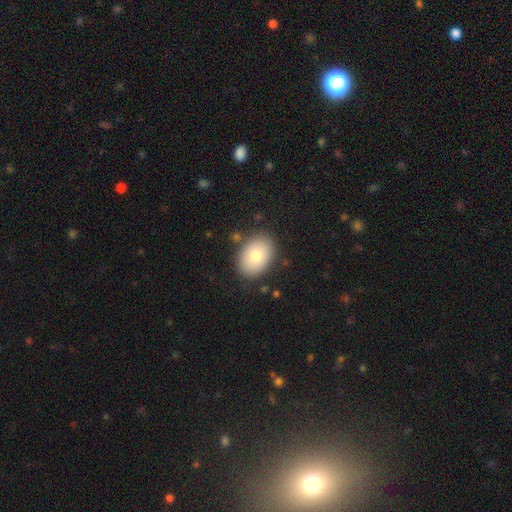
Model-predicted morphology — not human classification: Smooth or featured?
  - smooth: 78% *
  - featured or disk: 15%
  - star or artifact: 8%
How rounded?
  - in between: 78% *
  - round: 21%
  - cigar-shaped: 1%
Merging?
  - none: 85% *
  - minor disturbance: 10%
  - major disturbance: 3%
  - merger: 2%